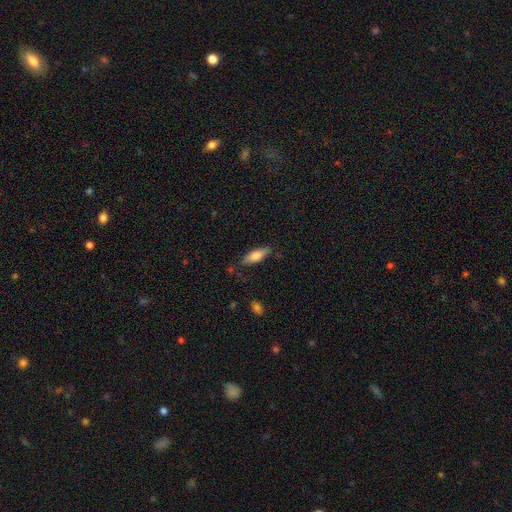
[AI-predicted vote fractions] Smooth or featured? Predicted: smooth (p=0.72). How rounded? Predicted: in between (p=0.60). Merging? Predicted: none (p=0.76).